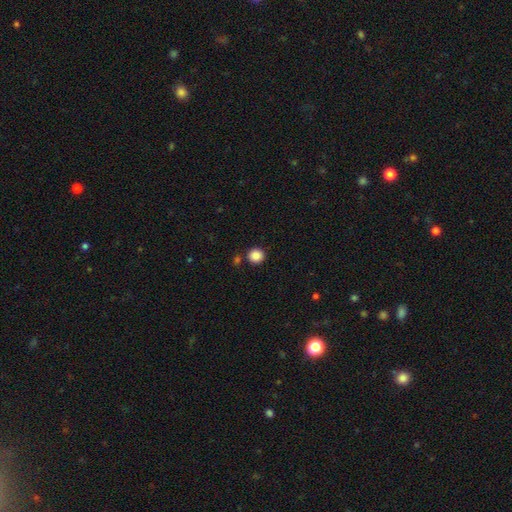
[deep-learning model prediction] Q: Smooth or featured?
A: smooth (87%); runner-up: star or artifact (10%)
Q: How rounded?
A: round (92%); runner-up: in between (7%)
Q: Merging?
A: none (85%); runner-up: minor disturbance (7%)